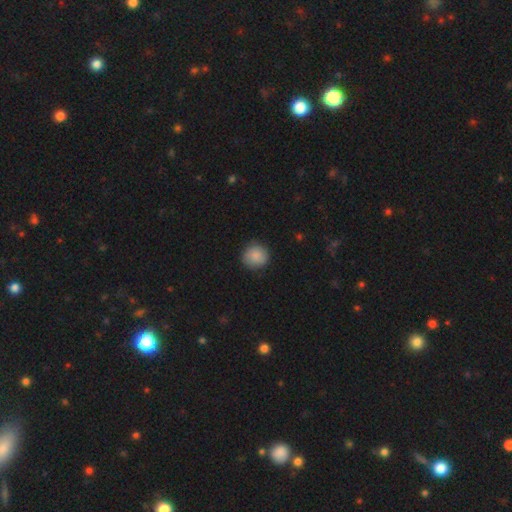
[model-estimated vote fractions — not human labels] Morphology: type=smooth (85%); roundness=round (92%); merging=none (84%).